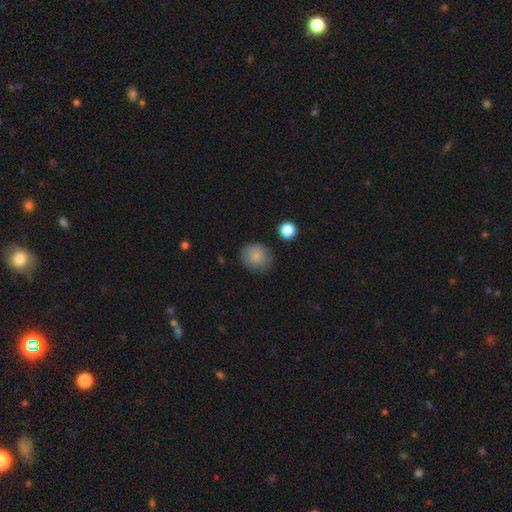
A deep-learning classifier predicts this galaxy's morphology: Overall: smooth (83%). How rounded: round (69%; in between 30%). Merging: none (81%).